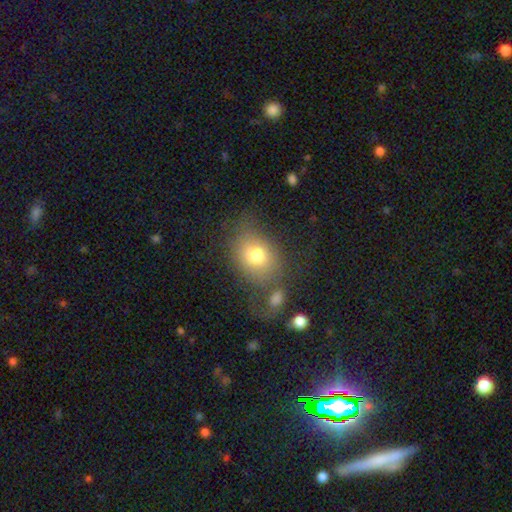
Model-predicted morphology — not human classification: Q: Smooth or featured?
A: smooth (72%); runner-up: featured or disk (17%)
Q: How rounded?
A: in between (61%); runner-up: round (38%)
Q: Merging?
A: none (53%); runner-up: minor disturbance (19%)